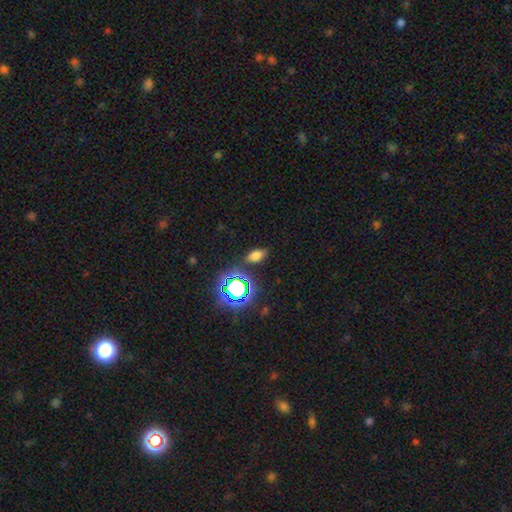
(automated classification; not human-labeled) smooth 67%, star or artifact 24%, featured or disk 9%. Down the decision tree: how rounded — in between (86%); merging — none (82%).